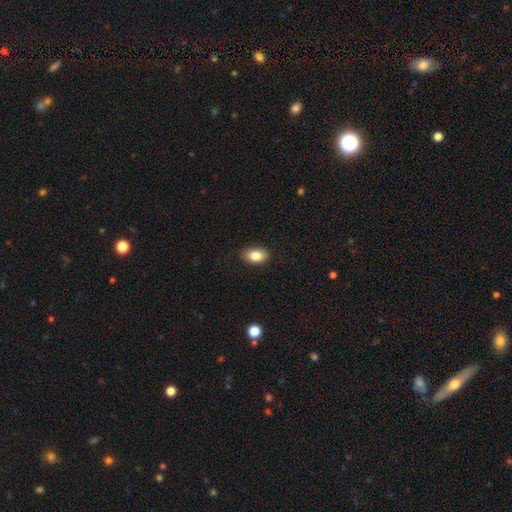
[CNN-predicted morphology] smooth 85%, star or artifact 8%, featured or disk 7%. Down the decision tree: how rounded — in between (89%); merging — none (85%).